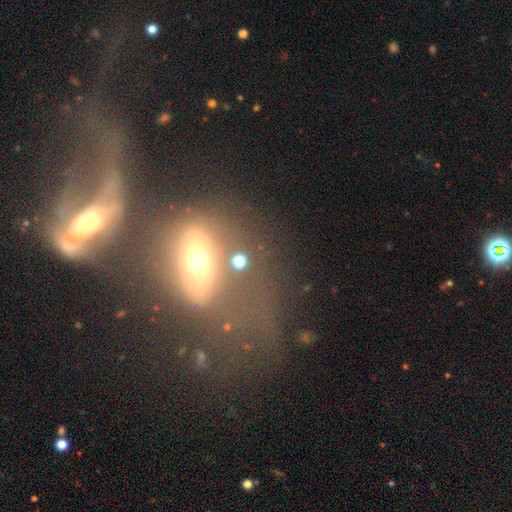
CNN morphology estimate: smooth-or-featured: featured or disk: 54% | smooth: 33% | star or artifact: 13%
  disk-edge-on: no: 81% | yes: 19%
  merging: merger: 59% | major disturbance: 23% | none: 11% | minor disturbance: 7%